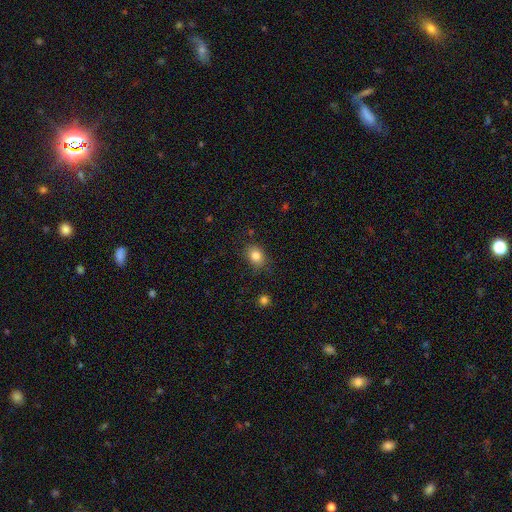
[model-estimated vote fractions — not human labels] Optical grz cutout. It shows a smooth galaxy with no disk features (83%) that is in between round and cigar-shaped (58%). Merging: none (79%).